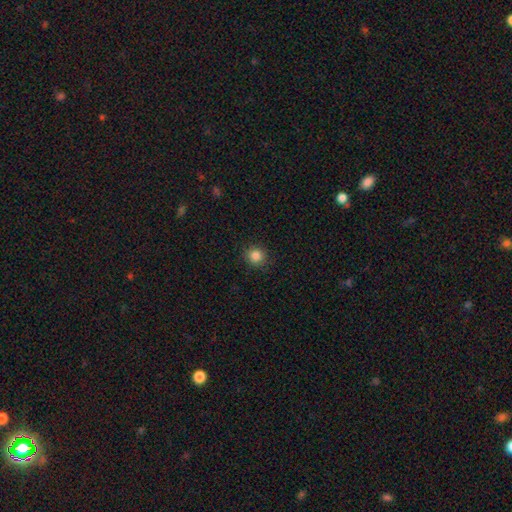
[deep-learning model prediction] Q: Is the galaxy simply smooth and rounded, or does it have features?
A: smooth — 85%.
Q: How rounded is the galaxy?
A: round — 91%.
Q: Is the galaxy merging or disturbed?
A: none — 90%.